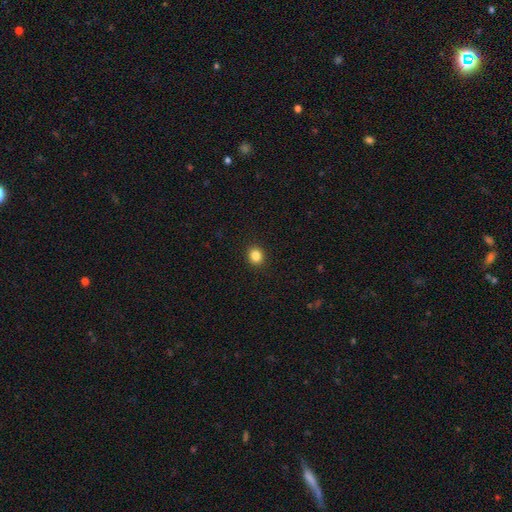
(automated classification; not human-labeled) Smooth or featured: smooth — 85% (star or artifact — 11%)
How rounded: round — 75% (in between — 25%)
Merging: none — 92% (minor disturbance — 5%)